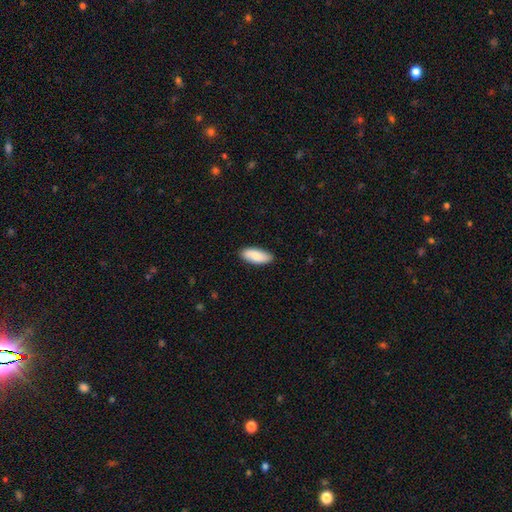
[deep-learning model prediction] smooth-or-featured: smooth: 82% | featured or disk: 13% | star or artifact: 5%
  how-rounded: in between: 82% | cigar-shaped: 16% | round: 2%
  merging: none: 88% | minor disturbance: 9% | major disturbance: 2% | merger: 1%